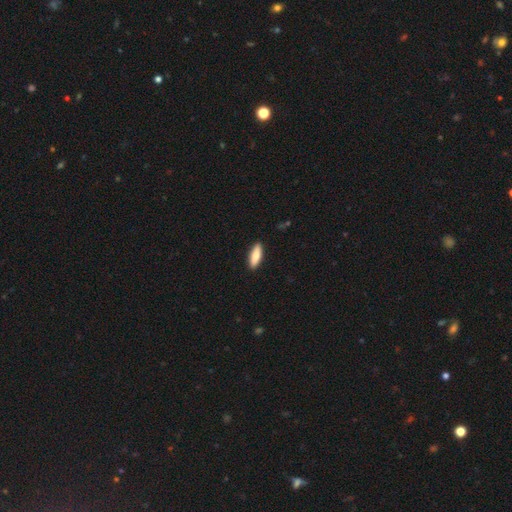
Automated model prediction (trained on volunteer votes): This appears to be a smooth galaxy with no disk features (80%) that is in between round and cigar-shaped (53%). Merging: none (90%).